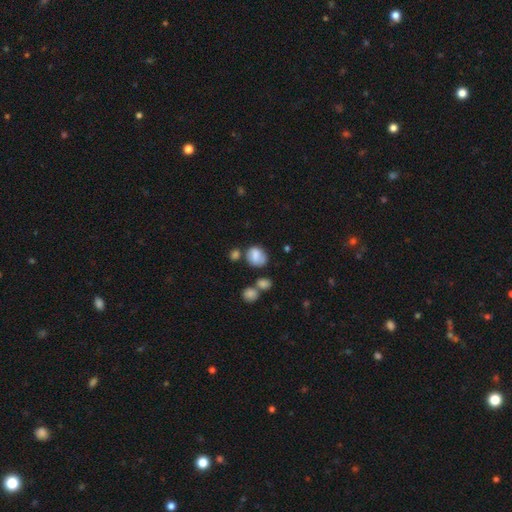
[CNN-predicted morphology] smooth_or_featured: smooth (p=0.78) [alt: featured or disk p=0.13]
how_rounded: round (p=0.53) [alt: in between p=0.46]
merging: none (p=0.53) [alt: minor disturbance p=0.23]